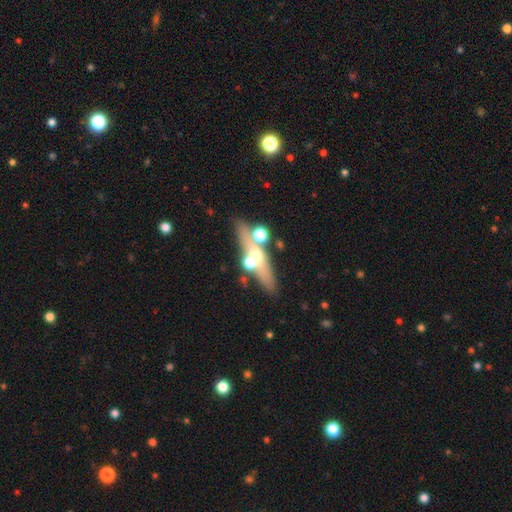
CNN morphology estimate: type=featured or disk (54%); edge-on=yes (68%); merging=none (63%).